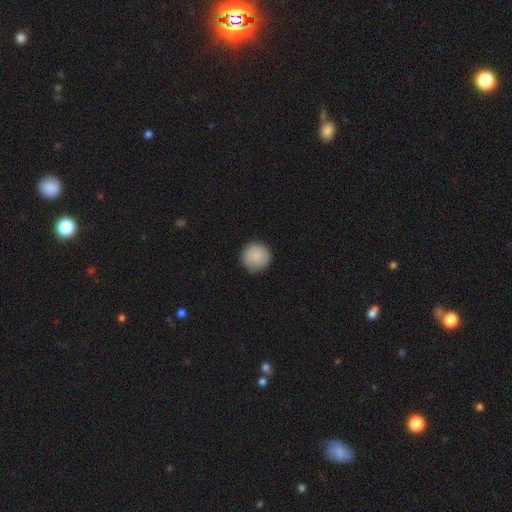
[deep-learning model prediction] Morphology: type=smooth (87%); roundness=round (95%); merging=none (87%).